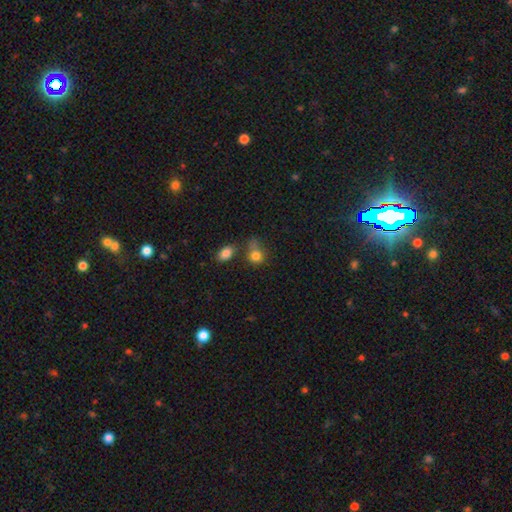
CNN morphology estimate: Smooth or featured? smooth (81%)
How rounded? round (66%)
Merging? none (43%)